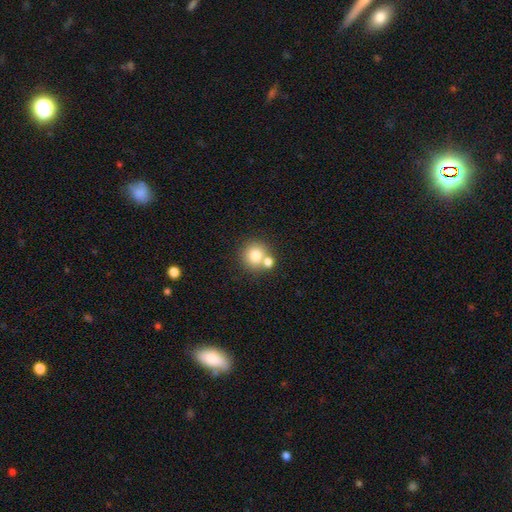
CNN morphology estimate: type=smooth (77%); roundness=round (90%); merging=none (57%).